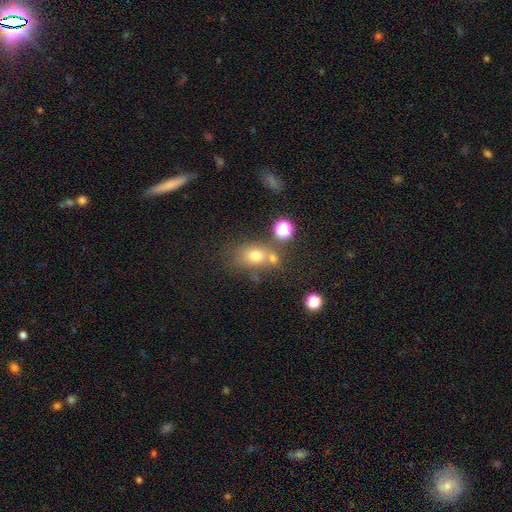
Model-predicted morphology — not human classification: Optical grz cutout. It shows a smooth galaxy with no disk features (70%) that is in between round and cigar-shaped (60%). Merging: none (48%).